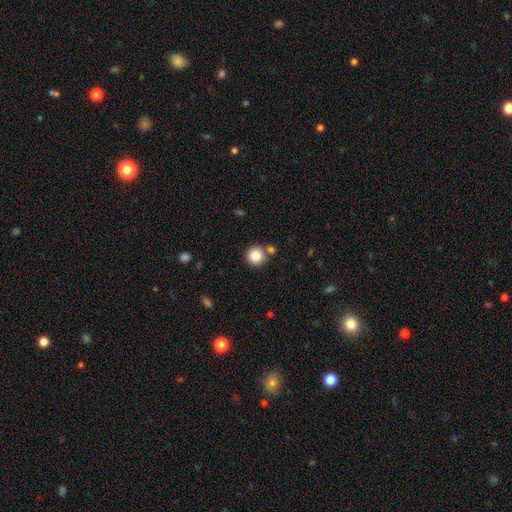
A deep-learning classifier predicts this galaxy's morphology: A smooth galaxy with no disk features (86%) that is round (94%). Merging: none (80%).